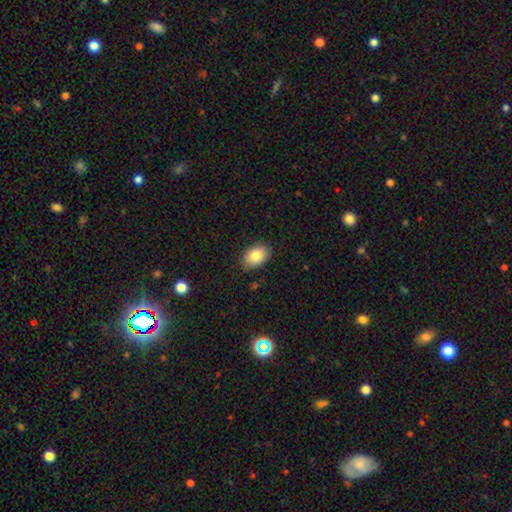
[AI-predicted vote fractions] A smooth galaxy with no disk features (83%) that is in between round and cigar-shaped (84%). Merging: none (83%).